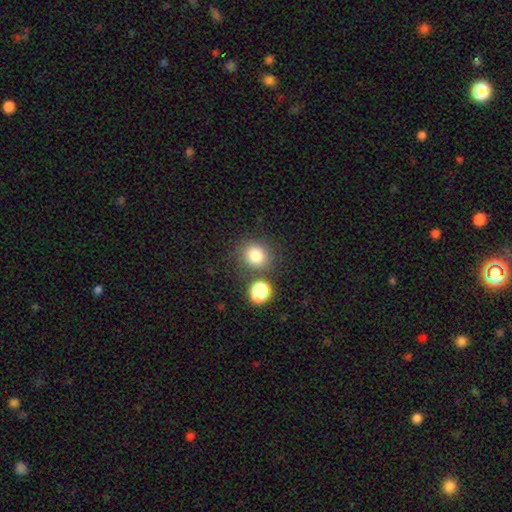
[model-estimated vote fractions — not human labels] Morphology: type=smooth (79%); roundness=round (79%); merging=none (76%).